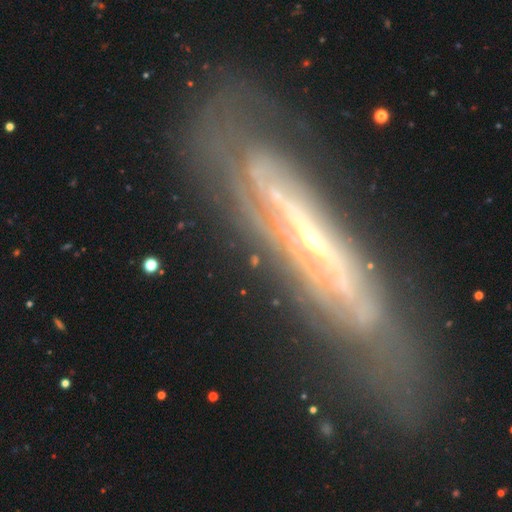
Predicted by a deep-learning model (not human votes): Smooth or featured: featured or disk — 80% (smooth — 11%)
Edge-on disk: yes — 54% (no — 46%)
Merging: none — 60% (minor disturbance — 23%)